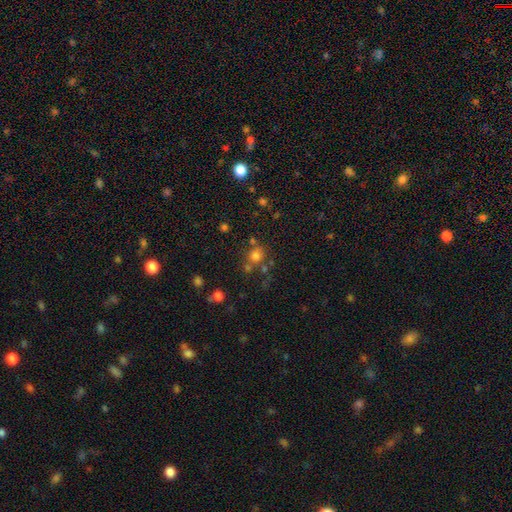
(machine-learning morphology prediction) A smooth galaxy with no disk features (73%) that is round (83%). Merging: none (64%).